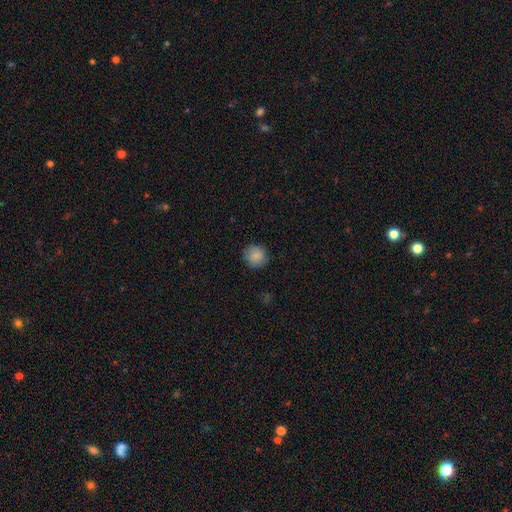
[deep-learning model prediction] Morphology: type=smooth (87%); roundness=round (92%); merging=none (86%).